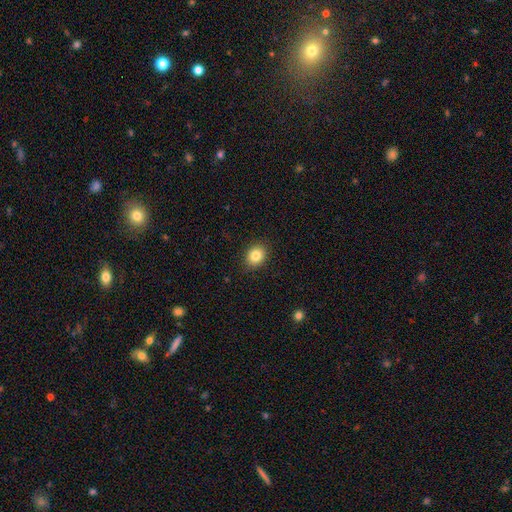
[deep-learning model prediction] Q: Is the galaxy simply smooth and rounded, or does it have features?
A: smooth — 83%.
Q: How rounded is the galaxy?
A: round — 58%.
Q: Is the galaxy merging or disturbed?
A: none — 89%.